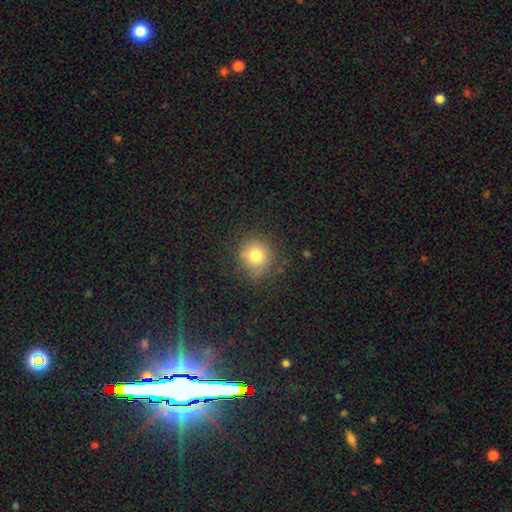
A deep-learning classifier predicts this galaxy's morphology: smooth 78%, star or artifact 13%, featured or disk 10%. Down the decision tree: how rounded — round (87%); merging — none (77%).